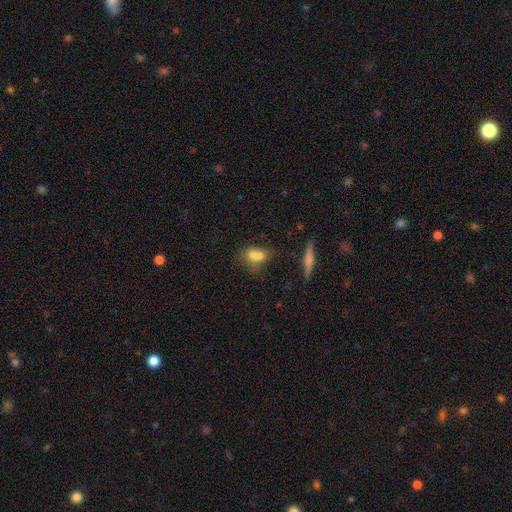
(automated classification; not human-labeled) The model was most divided on "merging": merger: 37%, none: 35%, minor disturbance: 18%, major disturbance: 11%. More confident: how rounded — in between (73%); smooth or featured — smooth (70%).